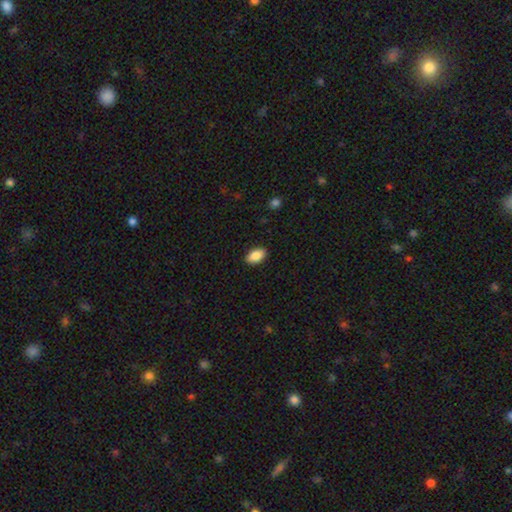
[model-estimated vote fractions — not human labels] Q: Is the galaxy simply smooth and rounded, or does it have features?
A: smooth — 87%.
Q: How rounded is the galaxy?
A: in between — 93%.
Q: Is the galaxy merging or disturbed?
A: none — 90%.